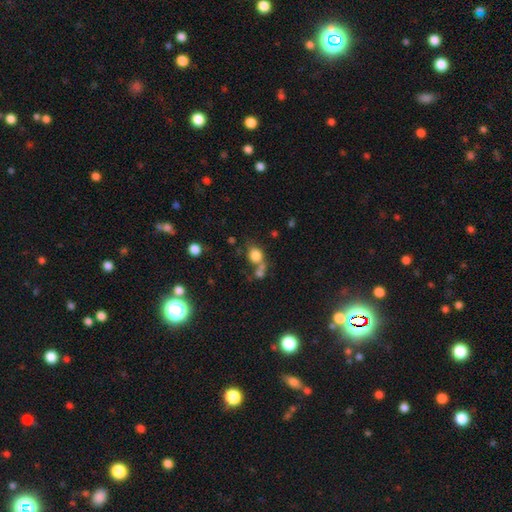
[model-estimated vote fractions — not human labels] smooth 78%, star or artifact 12%, featured or disk 10%. Down the decision tree: how rounded — round (70%); merging — none (44%).